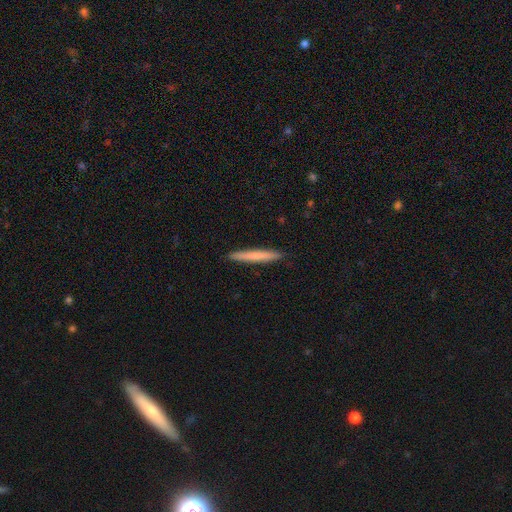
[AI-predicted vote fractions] Smooth or featured? smooth (70%)
How rounded? cigar-shaped (97%)
Merging? none (93%)